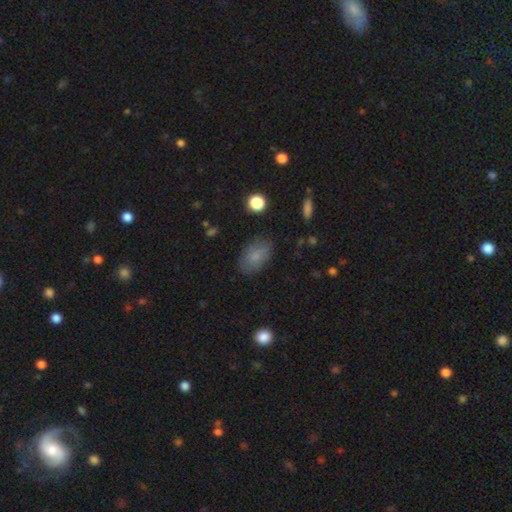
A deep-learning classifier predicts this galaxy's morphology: Q: Smooth or featured?
A: smooth (80%); runner-up: featured or disk (11%)
Q: How rounded?
A: in between (91%); runner-up: round (8%)
Q: Merging?
A: none (81%); runner-up: minor disturbance (14%)